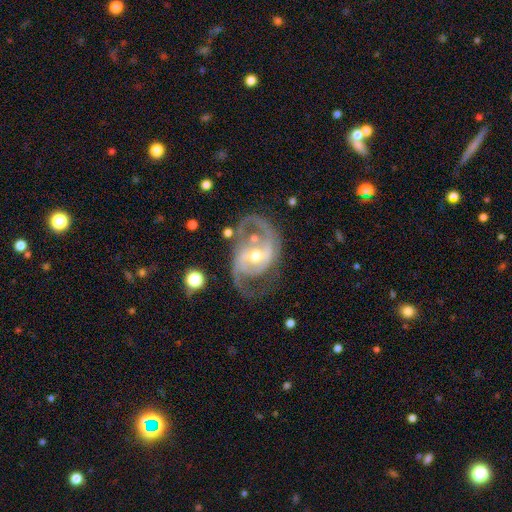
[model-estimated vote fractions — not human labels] This appears to be a featured or disk galaxy (90%) with a weak bar (42%), 2 (88%) medium (56%) spiral arms (95%) and a moderate central bulge (62%). Merging: none (64%).